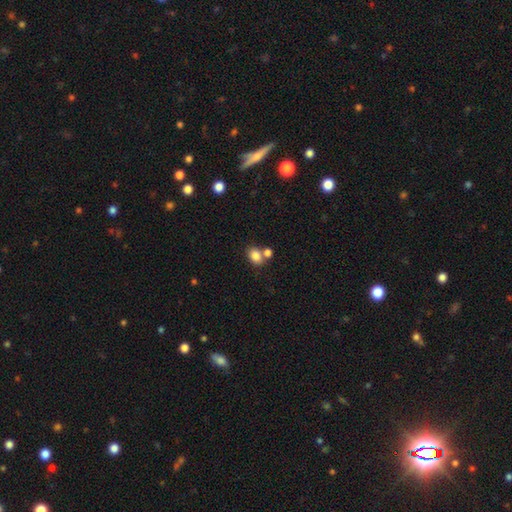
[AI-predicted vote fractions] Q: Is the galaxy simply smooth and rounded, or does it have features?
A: smooth — 83%.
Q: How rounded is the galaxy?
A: in between — 68%.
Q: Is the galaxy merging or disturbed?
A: none — 54%.